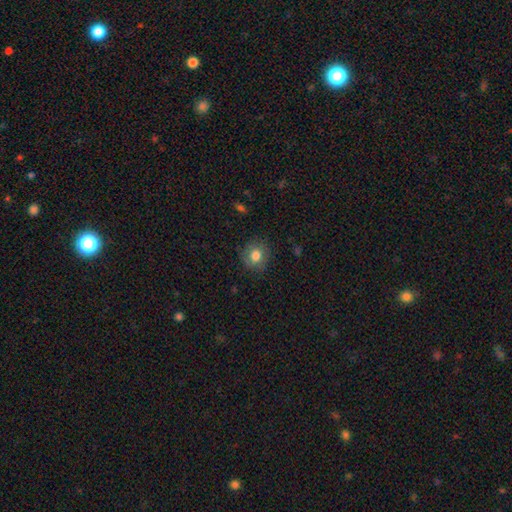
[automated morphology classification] Q: Smooth or featured?
A: smooth (78%); runner-up: featured or disk (12%)
Q: How rounded?
A: round (81%); runner-up: in between (18%)
Q: Merging?
A: none (80%); runner-up: minor disturbance (15%)